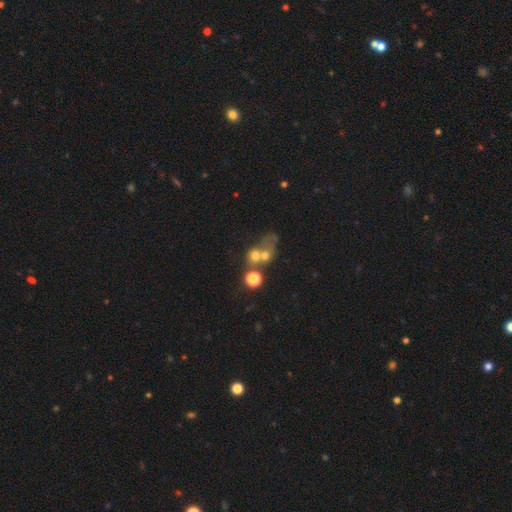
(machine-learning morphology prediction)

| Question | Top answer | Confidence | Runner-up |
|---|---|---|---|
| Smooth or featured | smooth | 57% | featured or disk (24%) |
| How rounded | round | 73% | in between (25%) |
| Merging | merger | 57% | none (26%) |